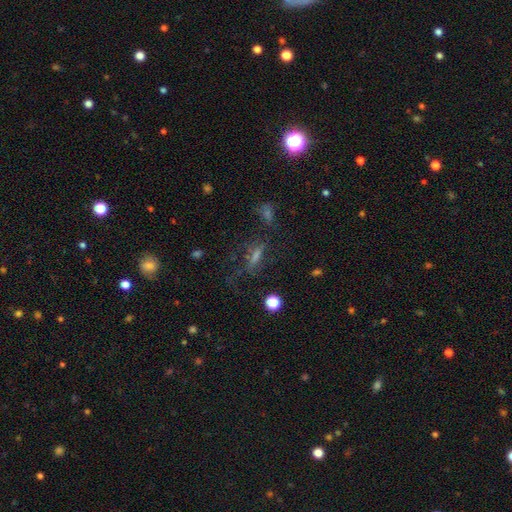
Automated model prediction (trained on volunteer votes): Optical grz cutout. It shows a smooth galaxy with no disk features (40%). Merging: none (59%).